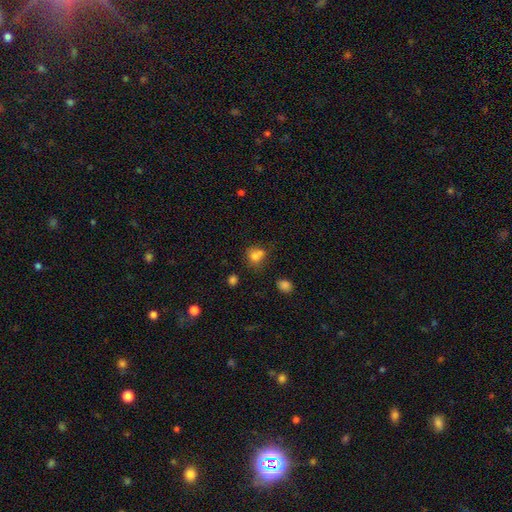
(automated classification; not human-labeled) Q: Smooth or featured?
A: smooth (75%); runner-up: star or artifact (14%)
Q: How rounded?
A: round (67%); runner-up: in between (32%)
Q: Merging?
A: none (42%); runner-up: merger (34%)